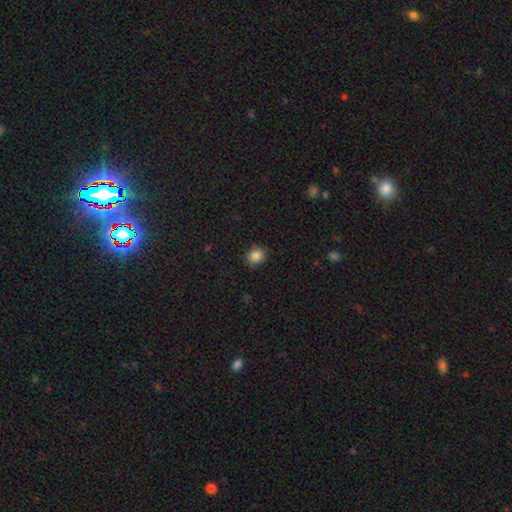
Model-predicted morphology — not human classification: This is clearly a smooth galaxy (86%). How rounded: likely round (77%). Merging: clearly none (87%).